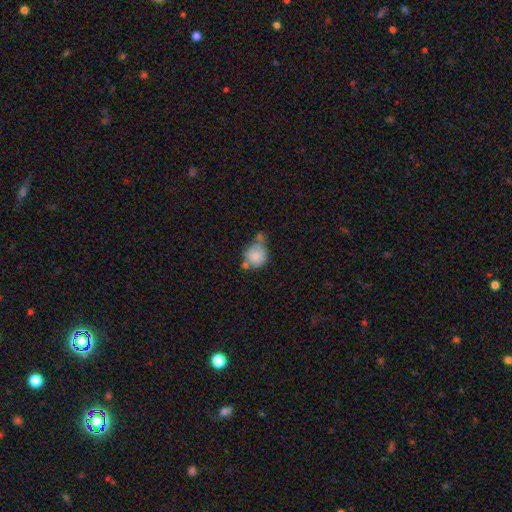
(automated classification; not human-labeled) Overall: smooth (81%). How rounded: round (79%). Merging: none (39%; merger 29%).